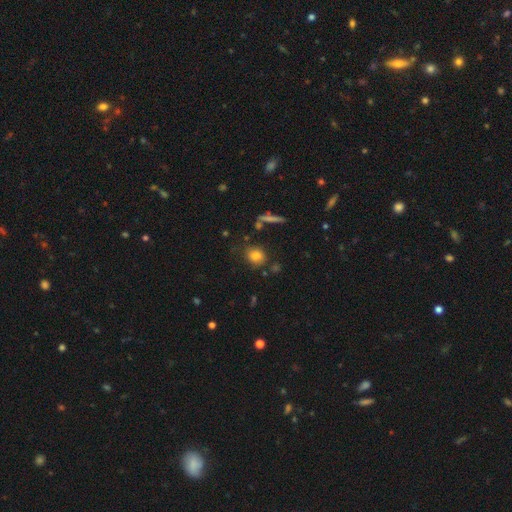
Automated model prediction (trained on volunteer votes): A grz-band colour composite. It shows a smooth galaxy with no disk features (80%) that is round (73%). Merging: none (79%).